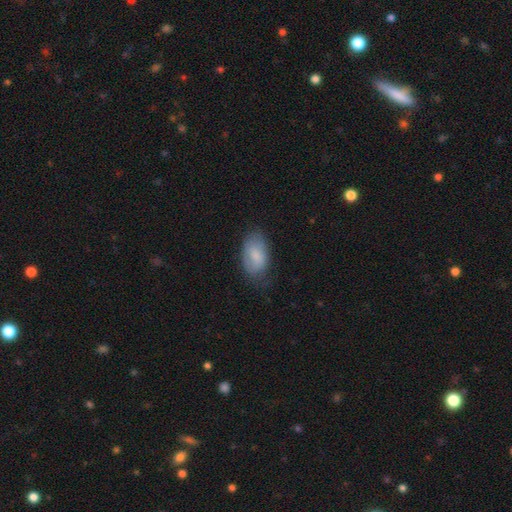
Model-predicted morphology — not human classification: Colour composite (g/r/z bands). It shows a smooth galaxy with no disk features (77%) that is in between round and cigar-shaped (93%). Merging: none (65%).